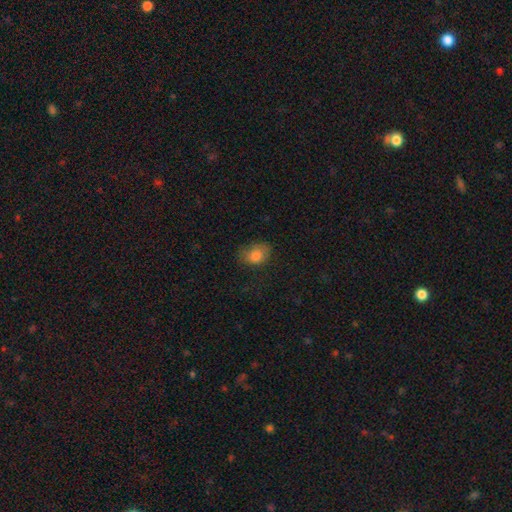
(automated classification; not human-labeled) smooth-or-featured: smooth: 81% | star or artifact: 10% | featured or disk: 9%
  how-rounded: in between: 73% | round: 26% | cigar-shaped: 1%
  merging: none: 56% | minor disturbance: 30% | major disturbance: 12% | merger: 2%